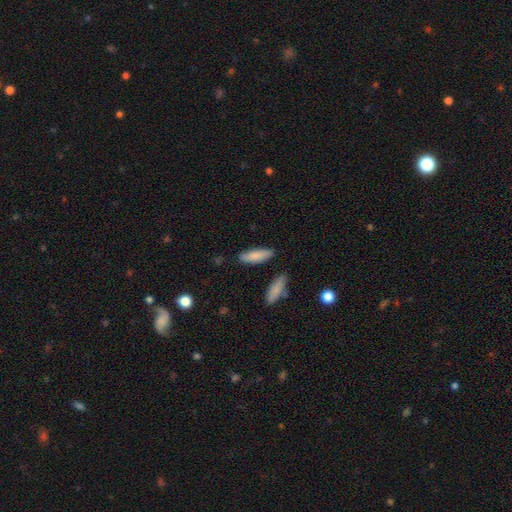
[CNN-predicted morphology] Smooth or featured?
  - smooth: 84% *
  - featured or disk: 10%
  - star or artifact: 6%
How rounded?
  - in between: 52% *
  - cigar-shaped: 46%
  - round: 2%
Merging?
  - none: 82% *
  - minor disturbance: 12%
  - merger: 3%
  - major disturbance: 2%